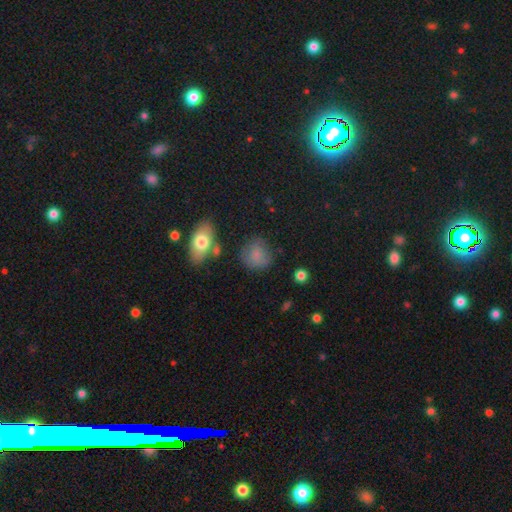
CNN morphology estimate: A smooth galaxy with no disk features (79%) that is round (77%).

Vote fractions:
- Smooth or featured? smooth: 79% / featured or disk: 12% / star or artifact: 9%
- How rounded? round: 77% / in between: 22% / cigar-shaped: 1%
- Merging? none: 68% / minor disturbance: 20% / major disturbance: 7% / merger: 5%